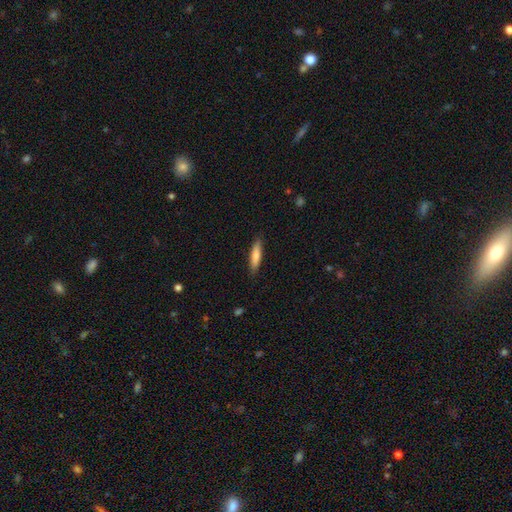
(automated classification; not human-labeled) smooth 76%, featured or disk 19%, star or artifact 5%. Down the decision tree: how rounded — cigar-shaped (79%); merging — none (88%).